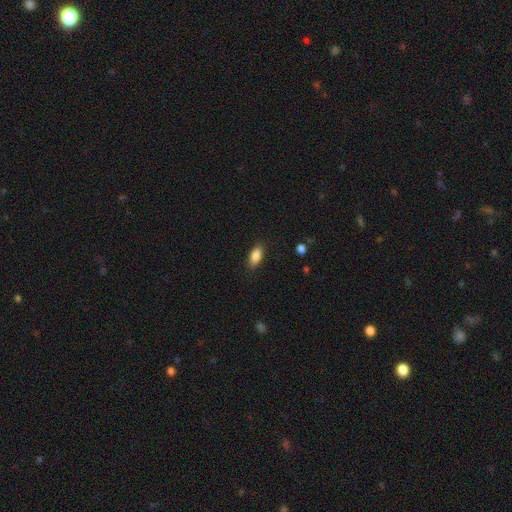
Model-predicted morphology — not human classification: type=smooth (86%); roundness=in between (87%); merging=none (86%).